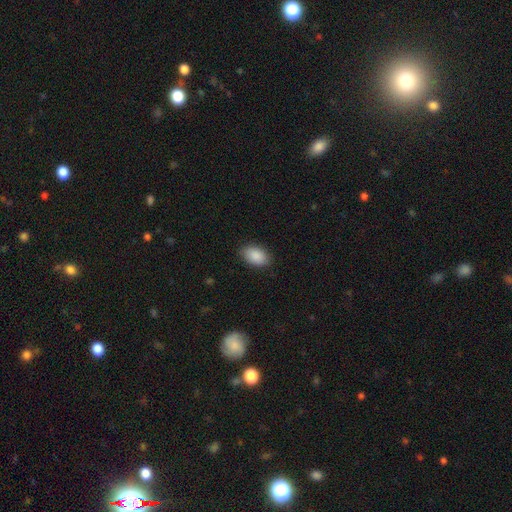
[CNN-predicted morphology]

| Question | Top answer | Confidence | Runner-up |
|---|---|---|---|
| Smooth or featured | smooth | 90% | star or artifact (7%) |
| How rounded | in between | 91% | round (8%) |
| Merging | none | 86% | minor disturbance (10%) |